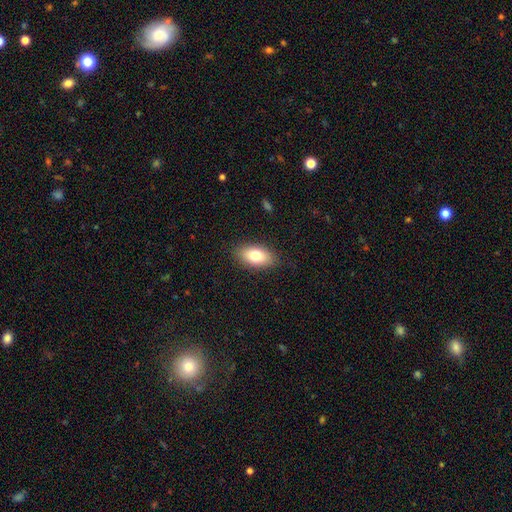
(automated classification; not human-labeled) Overall: smooth (77%). How rounded: in between (89%). Merging: none (86%).